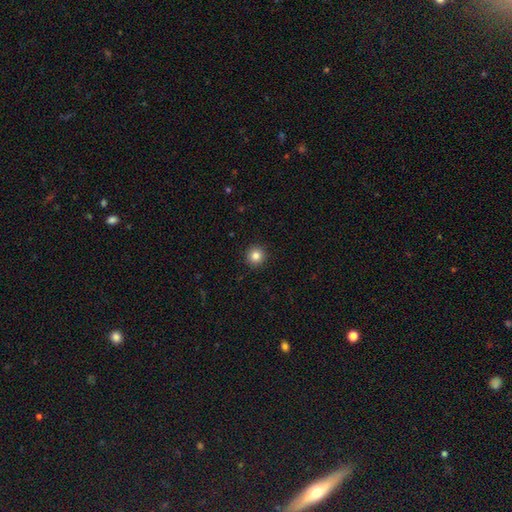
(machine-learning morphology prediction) smooth 84%, star or artifact 11%, featured or disk 5%. Down the decision tree: how rounded — round (96%); merging — none (93%).